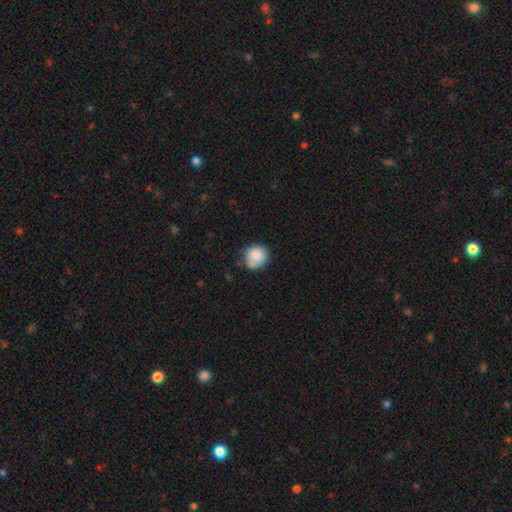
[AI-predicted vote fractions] Morphology: type=smooth (82%); roundness=round (85%); merging=none (60%).